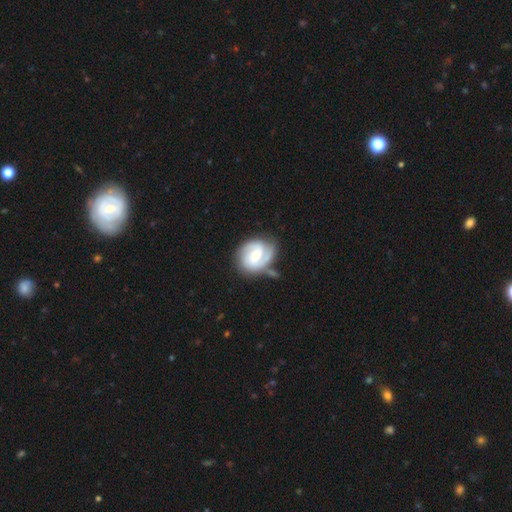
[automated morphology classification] type=featured or disk (80%); edge-on=no (98%); bar=weak (53%); spiral arms=yes (95%); winding=tight (44%); arm count=2 (75%); bulge=moderate (57%); merging=none (61%).